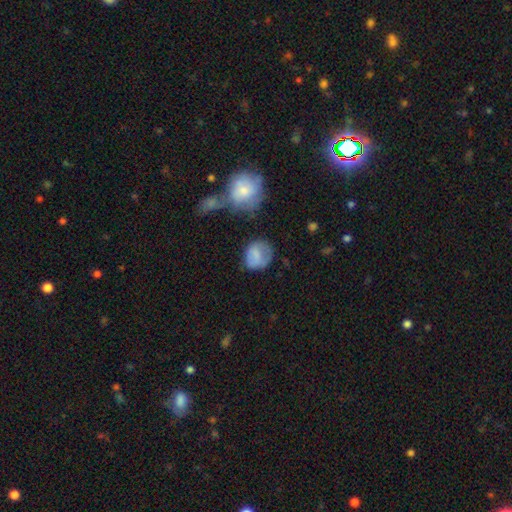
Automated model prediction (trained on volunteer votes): This is likely a smooth galaxy (77%). How rounded: likely round (70%). Merging: possibly none (60%).